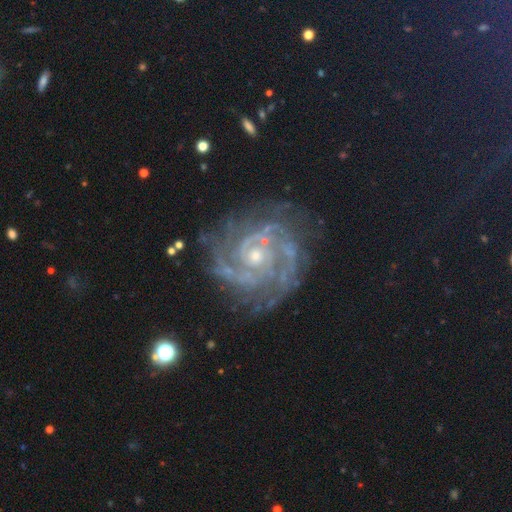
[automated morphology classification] featured or disk 89%, star or artifact 7%, smooth 3%. Down the decision tree: edge-on disk — no (98%); bar — no (72%); spiral arms — yes (98%); spiral arm count — 2 (34%); spiral winding — tight (70%); bulge size — small (58%); merging — none (75%).